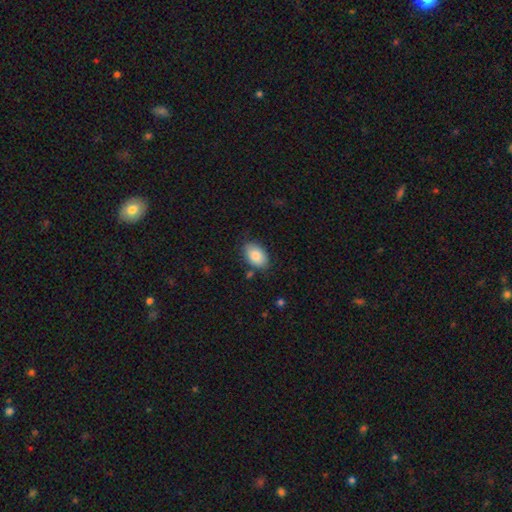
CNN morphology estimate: smooth 84%, featured or disk 9%, star or artifact 7%. Down the decision tree: how rounded — in between (91%); merging — none (80%).